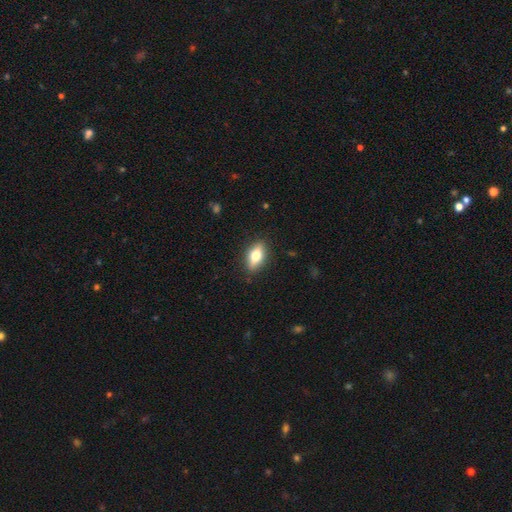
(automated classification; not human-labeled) smooth 60%, featured or disk 33%, star or artifact 7%. Down the decision tree: how rounded — in between (78%); merging — none (87%).